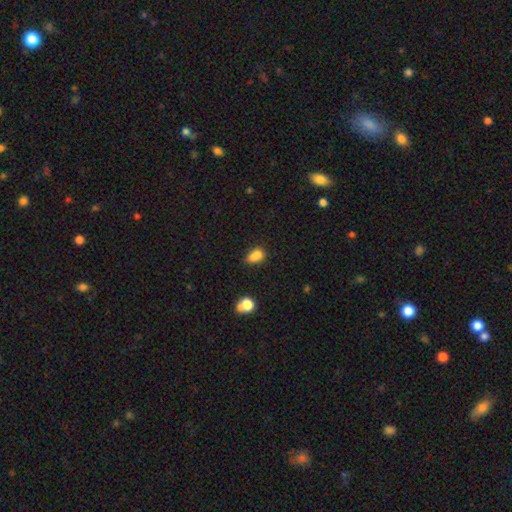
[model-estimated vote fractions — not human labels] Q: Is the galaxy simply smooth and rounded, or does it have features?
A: smooth — 81%.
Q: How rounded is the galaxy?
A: in between — 78%.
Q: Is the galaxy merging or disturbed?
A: none — 45%.